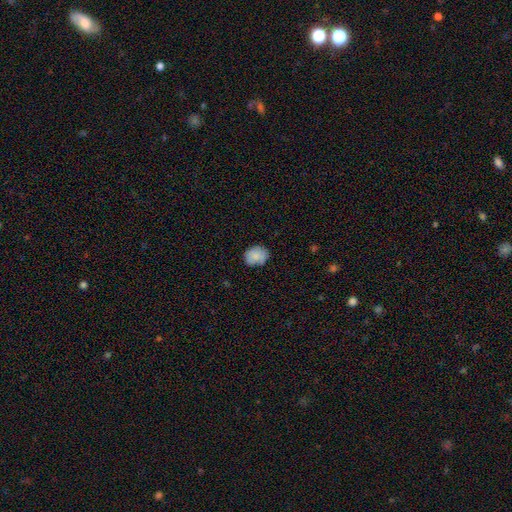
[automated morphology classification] type=smooth (83%); roundness=round (54%); merging=none (77%).